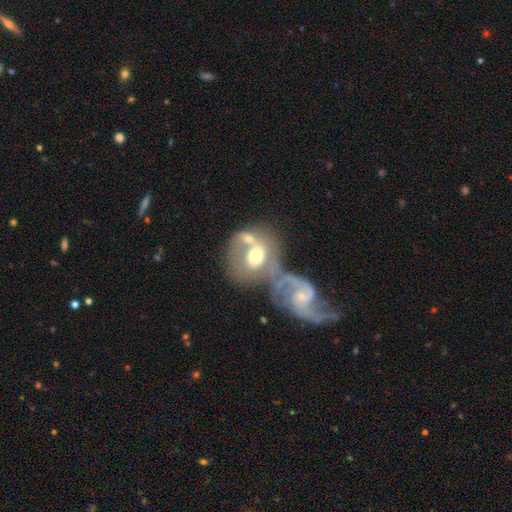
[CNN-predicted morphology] Smooth or featured? Predicted: featured or disk (p=0.55). Edge-on disk? Predicted: no (p=0.95). Bar? Predicted: no (p=0.64). Spiral arms? Predicted: yes (p=0.61). Bulge size? Predicted: moderate (p=0.59). Merging? Predicted: merger (p=0.58).